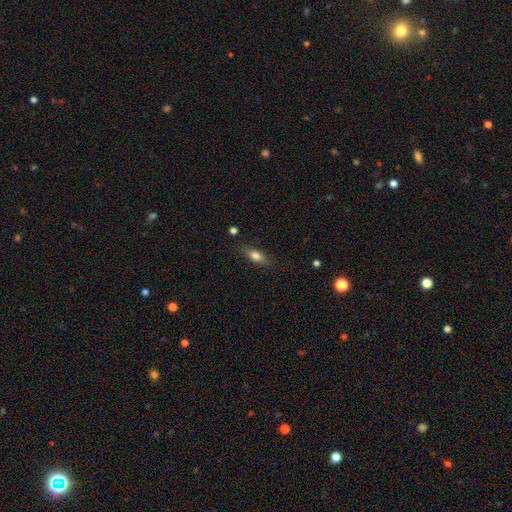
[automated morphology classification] The model was most divided on "how rounded": in between: 69%, cigar-shaped: 27%, round: 5%. More confident: merging — none (81%); smooth or featured — smooth (73%).